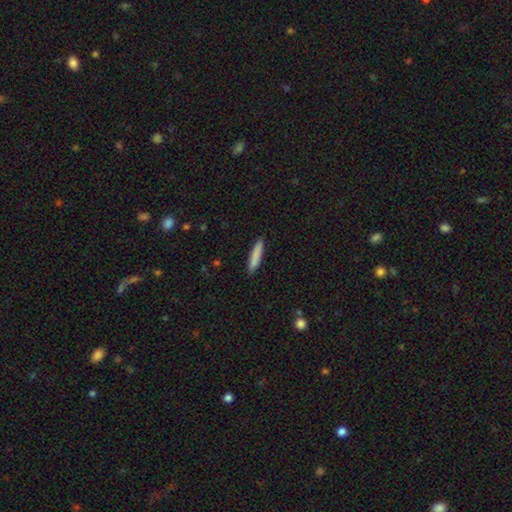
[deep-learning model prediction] A smooth galaxy with no disk features (84%) that is cigar-shaped (88%). Merging: none (89%).